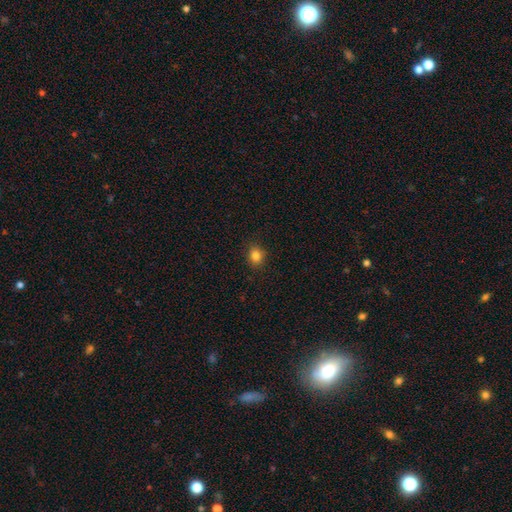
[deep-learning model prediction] Smooth or featured?
  - smooth: 84% *
  - star or artifact: 12%
  - featured or disk: 5%
How rounded?
  - round: 65% *
  - in between: 34%
  - cigar-shaped: 1%
Merging?
  - none: 88% *
  - minor disturbance: 8%
  - major disturbance: 2%
  - merger: 1%